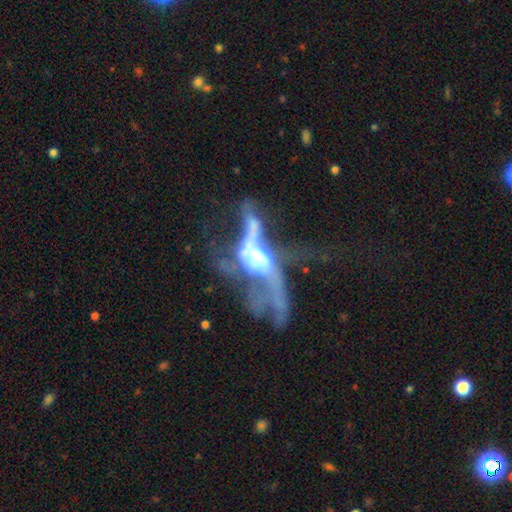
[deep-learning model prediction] smooth_or_featured: featured or disk (p=0.72) [alt: smooth p=0.18]
disk_edge_on: no (p=0.84) [alt: yes p=0.16]
bar: no (p=0.64) [alt: weak p=0.22]
has_spiral_arms: no (p=0.53) [alt: yes p=0.47]
bulge_size: large (p=0.42) [alt: moderate p=0.38]
merging: major disturbance (p=0.52) [alt: merger p=0.30]